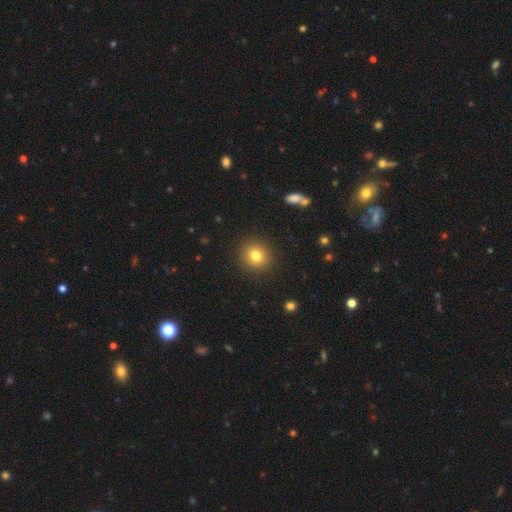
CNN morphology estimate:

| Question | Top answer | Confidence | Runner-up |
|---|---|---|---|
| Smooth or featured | smooth | 79% | star or artifact (13%) |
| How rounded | round | 87% | in between (13%) |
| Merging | none | 90% | minor disturbance (6%) |